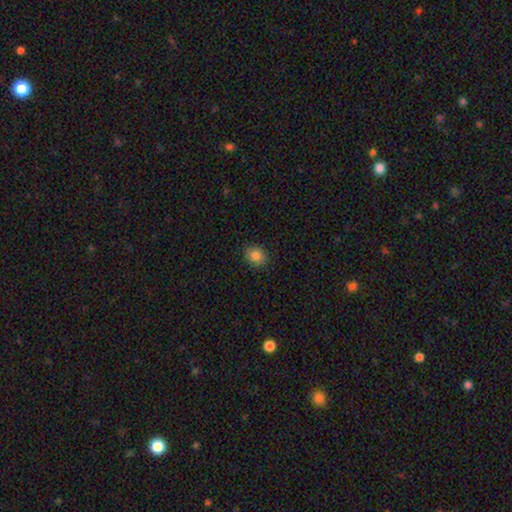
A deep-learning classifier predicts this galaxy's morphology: Smooth or featured? smooth (84%)
How rounded? round (56%)
Merging? none (88%)